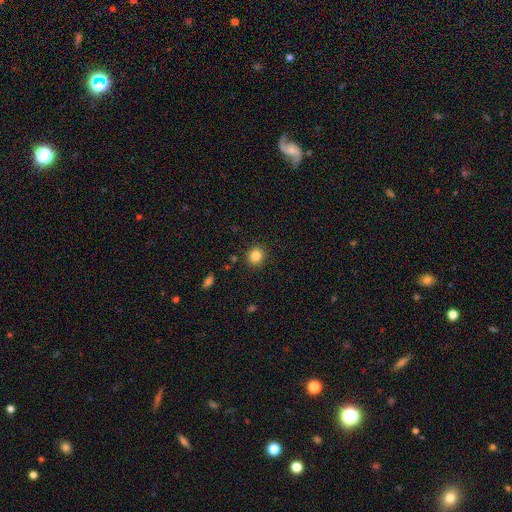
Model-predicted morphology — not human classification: This is clearly a smooth galaxy (84%). How rounded: clearly round (86%). Merging: clearly none (90%).